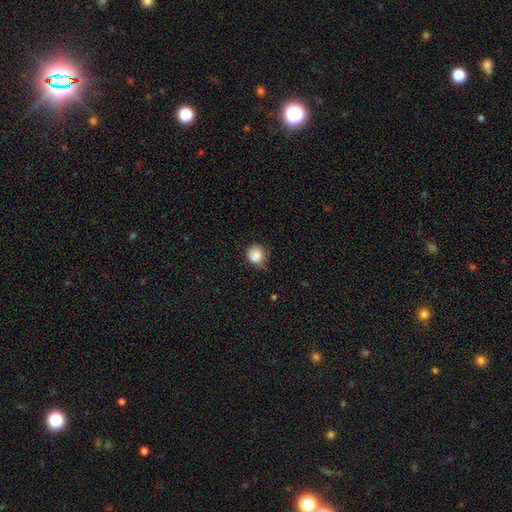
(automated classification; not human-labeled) Smooth or featured? Predicted: smooth (p=0.85). How rounded? Predicted: round (p=0.83). Merging? Predicted: none (p=0.57).